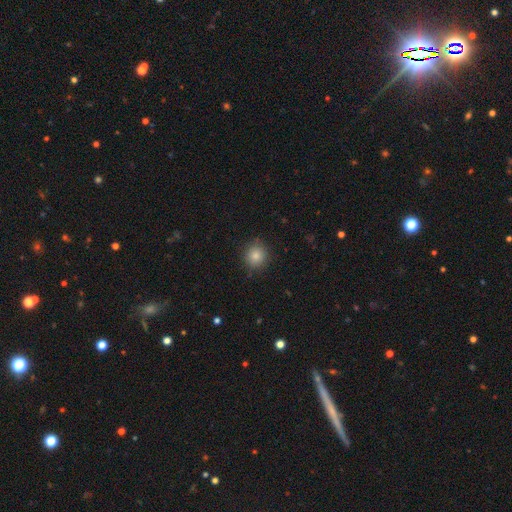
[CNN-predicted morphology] Smooth or featured? Predicted: smooth (p=0.84). How rounded? Predicted: round (p=0.89). Merging? Predicted: none (p=0.87).